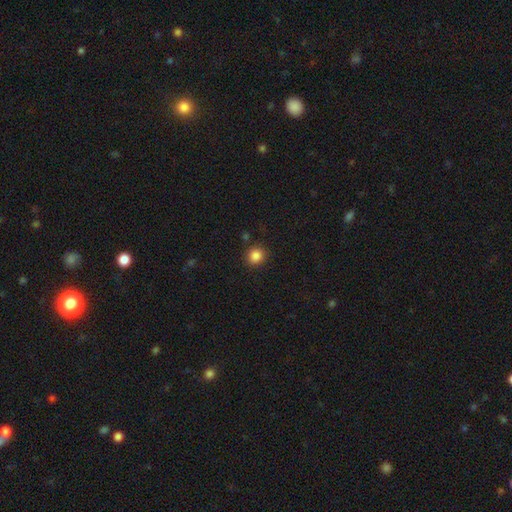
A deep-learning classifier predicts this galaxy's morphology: A smooth galaxy with no disk features (85%) that is round (88%).

Vote fractions:
- Smooth or featured? smooth: 85% / star or artifact: 11% / featured or disk: 4%
- How rounded? round: 88% / in between: 11% / cigar-shaped: 1%
- Merging? none: 87% / minor disturbance: 8% / merger: 3% / major disturbance: 3%